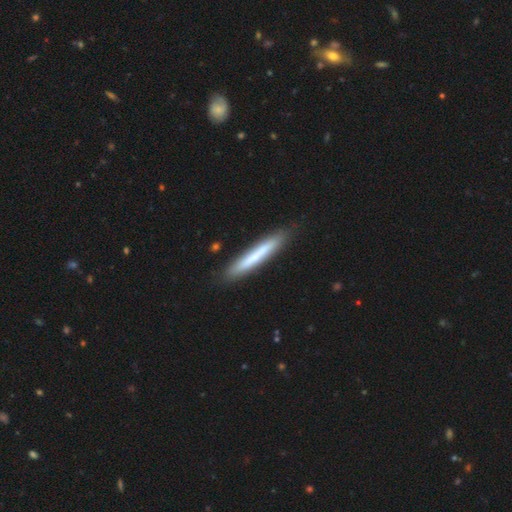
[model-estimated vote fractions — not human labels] Smooth or featured?
  - smooth: 59% *
  - featured or disk: 35%
  - star or artifact: 6%
How rounded?
  - cigar-shaped: 95% *
  - in between: 4%
  - round: 1%
Merging?
  - none: 85% *
  - minor disturbance: 11%
  - major disturbance: 2%
  - merger: 2%